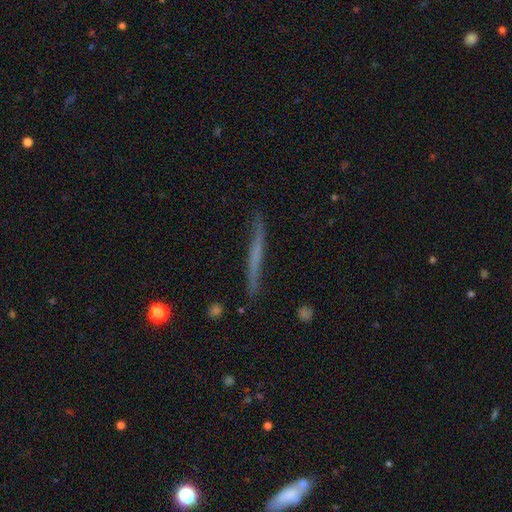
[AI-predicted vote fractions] Q: Smooth or featured?
A: featured or disk (50%); runner-up: smooth (42%)
Q: Edge-on disk?
A: yes (94%); runner-up: no (6%)
Q: Merging?
A: none (84%); runner-up: minor disturbance (12%)